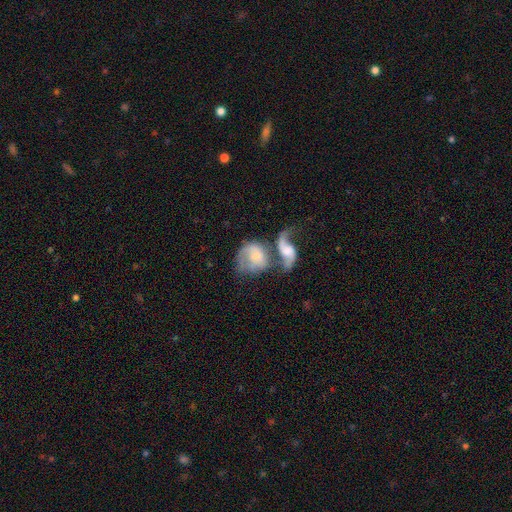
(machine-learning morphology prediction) Smooth or featured?
  - featured or disk: 58% *
  - smooth: 35%
  - star or artifact: 7%
Edge-on disk?
  - no: 96% *
  - yes: 4%
Bar?
  - no: 62% *
  - weak: 30%
  - strong: 8%
Spiral arms?
  - yes: 79% *
  - no: 21%
Bulge size?
  - none: 35% *
  - small: 26%
  - moderate: 24%
  - large: 12%
  - dominant: 4%
Merging?
  - merger: 61% *
  - none: 16%
  - major disturbance: 14%
  - minor disturbance: 9%